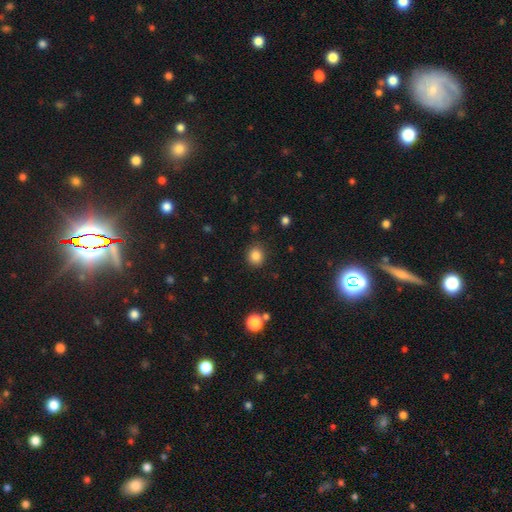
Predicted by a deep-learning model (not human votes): Smooth or featured? smooth (84%)
How rounded? round (82%)
Merging? none (86%)